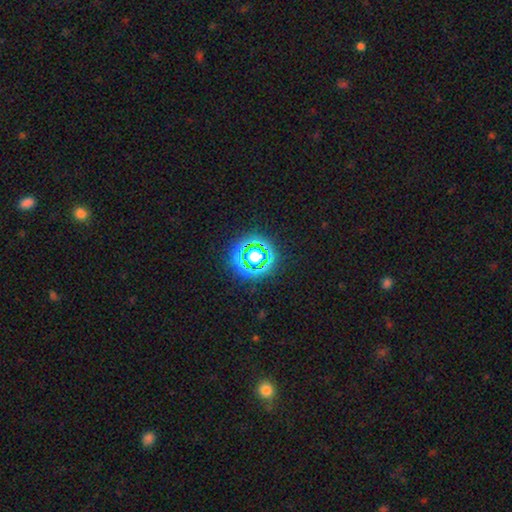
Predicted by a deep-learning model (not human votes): Smooth or featured: star or artifact — 75% (smooth — 18%)